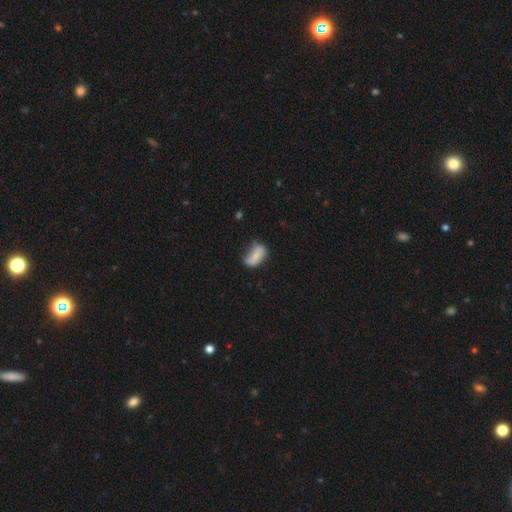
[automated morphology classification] smooth_or_featured: smooth (p=0.58) [alt: featured or disk p=0.33]
how_rounded: in between (p=0.86) [alt: round p=0.09]
merging: none (p=0.39) [alt: minor disturbance p=0.34]